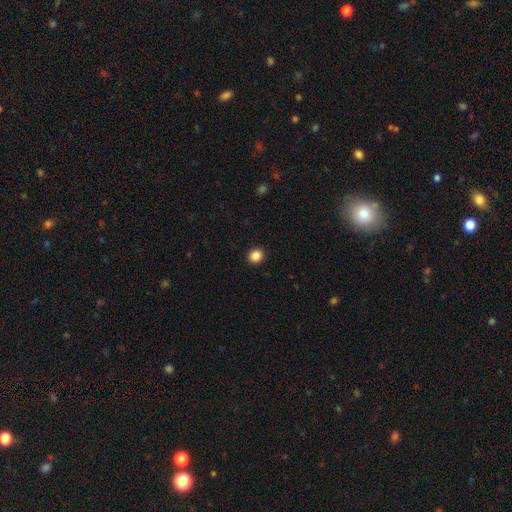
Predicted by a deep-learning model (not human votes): smooth_or_featured: smooth (p=0.86) [alt: star or artifact p=0.11]
how_rounded: round (p=0.88) [alt: in between p=0.11]
merging: none (p=0.93) [alt: minor disturbance p=0.04]